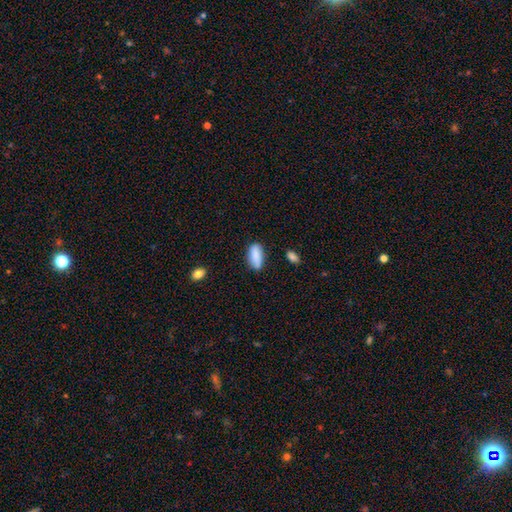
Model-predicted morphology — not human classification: Smooth or featured? Predicted: smooth (p=0.87). How rounded? Predicted: in between (p=0.85). Merging? Predicted: none (p=0.75).